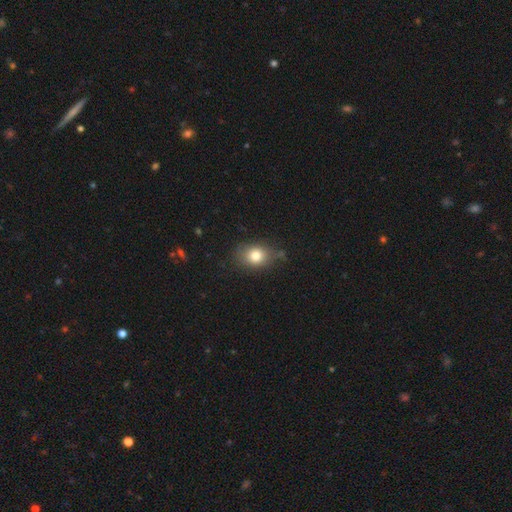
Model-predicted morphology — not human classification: Smooth or featured: smooth — 80% (star or artifact — 10%)
How rounded: in between — 59% (round — 39%)
Merging: none — 75% (minor disturbance — 18%)